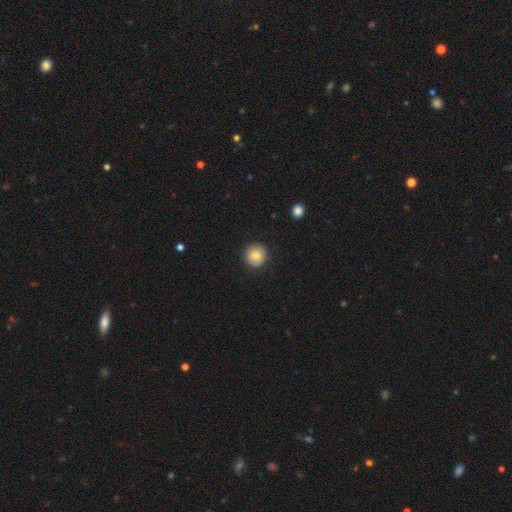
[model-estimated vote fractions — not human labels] Smooth or featured? Predicted: smooth (p=0.80). How rounded? Predicted: round (p=0.92). Merging? Predicted: none (p=0.86).